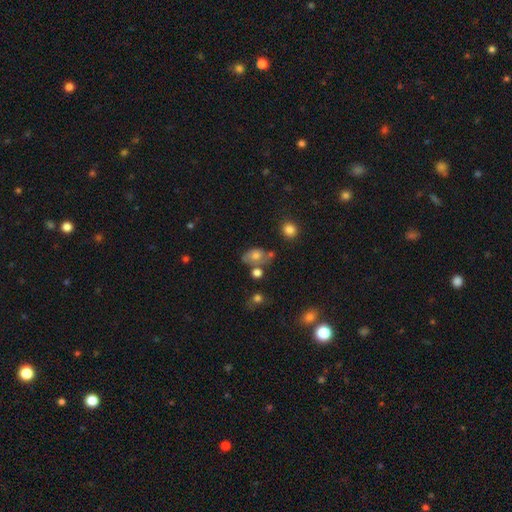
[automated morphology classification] A smooth galaxy with no disk features (67%) that is in between round and cigar-shaped (75%). Merging: none (48%).